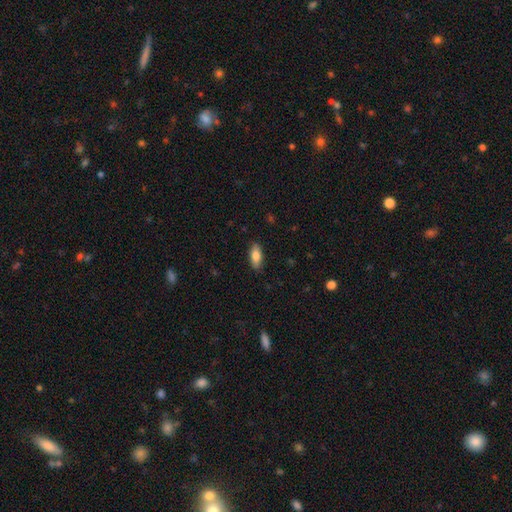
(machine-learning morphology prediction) The model was most divided on "how rounded": in between: 77%, cigar-shaped: 21%, round: 2%. More confident: merging — none (87%); smooth or featured — smooth (79%).